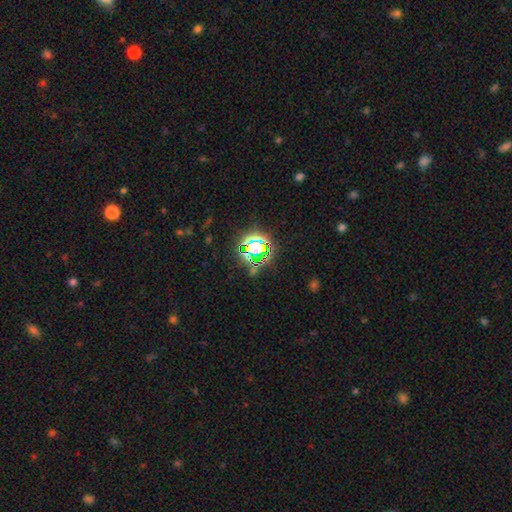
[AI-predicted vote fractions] Smooth or featured? star or artifact (75%)